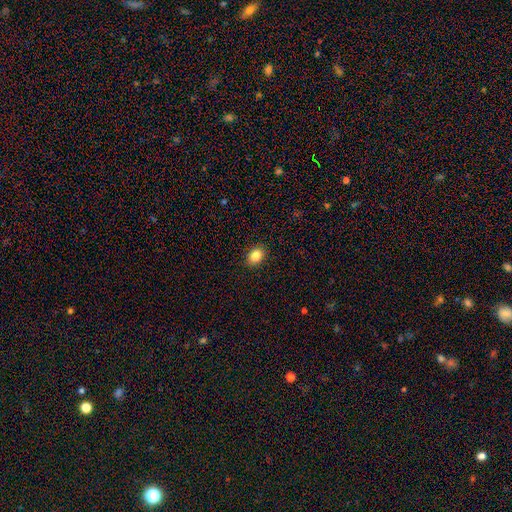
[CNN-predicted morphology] type=smooth (84%); roundness=in between (62%); merging=none (90%).